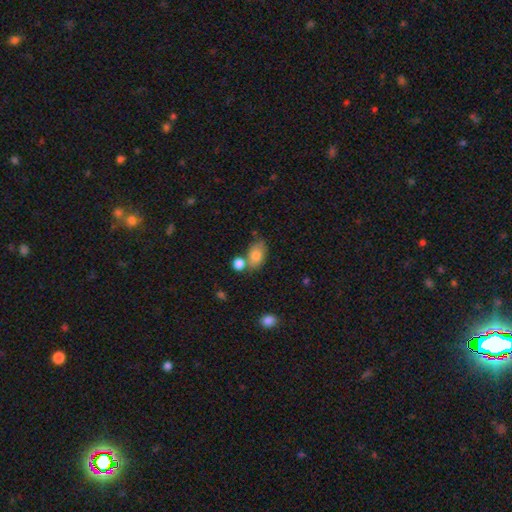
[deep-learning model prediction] Smooth or featured: smooth — 79% (featured or disk — 13%)
How rounded: in between — 84% (round — 14%)
Merging: none — 53% (merger — 25%)